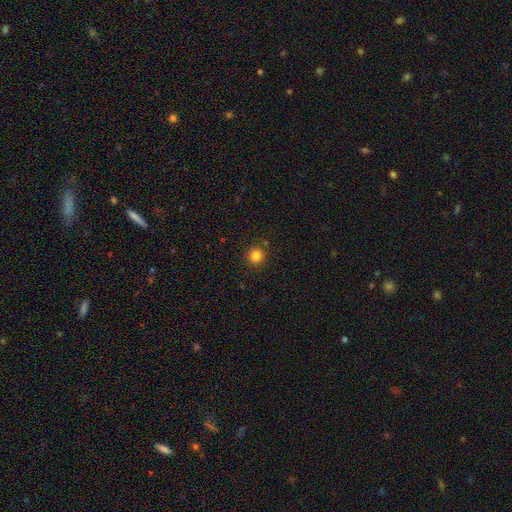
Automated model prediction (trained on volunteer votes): Q: Smooth or featured?
A: smooth (82%); runner-up: star or artifact (13%)
Q: How rounded?
A: round (93%); runner-up: in between (6%)
Q: Merging?
A: none (88%); runner-up: minor disturbance (7%)